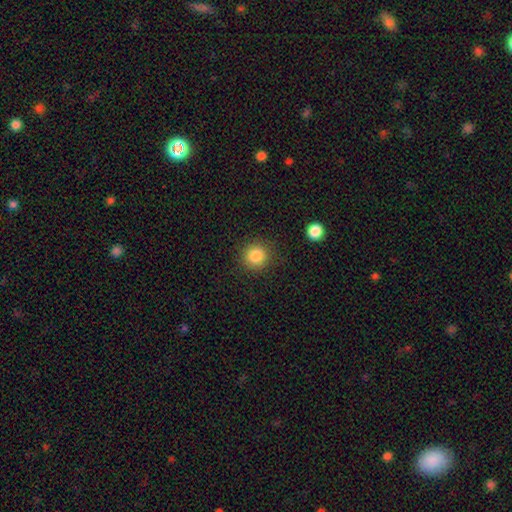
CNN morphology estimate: Smooth or featured? smooth (86%)
How rounded? round (93%)
Merging? none (88%)